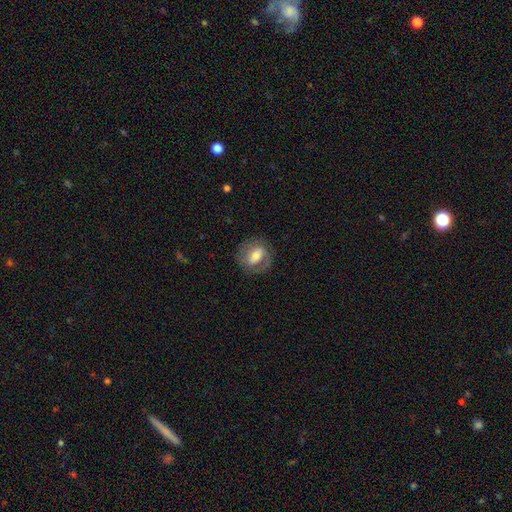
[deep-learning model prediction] smooth-or-featured: smooth: 49% | featured or disk: 44% | star or artifact: 7%
  merging: none: 76% | minor disturbance: 15% | major disturbance: 8% | merger: 1%